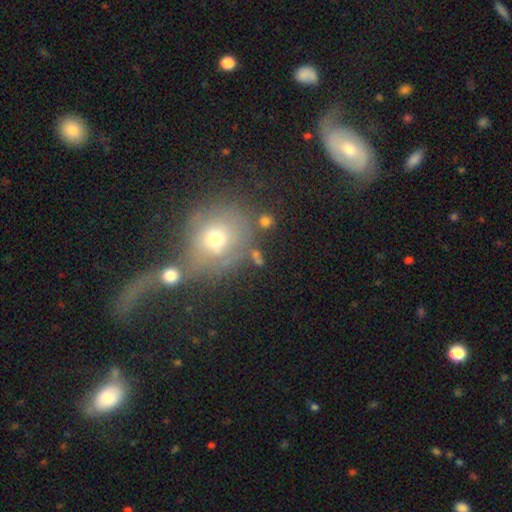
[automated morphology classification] A smooth galaxy with no disk features (59%) that is round (59%). Merging: none (54%).